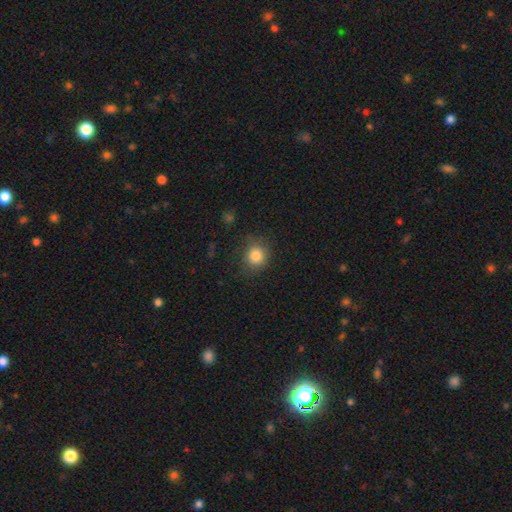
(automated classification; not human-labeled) Q: Smooth or featured?
A: smooth (83%); runner-up: star or artifact (11%)
Q: How rounded?
A: round (83%); runner-up: in between (16%)
Q: Merging?
A: none (79%); runner-up: minor disturbance (15%)